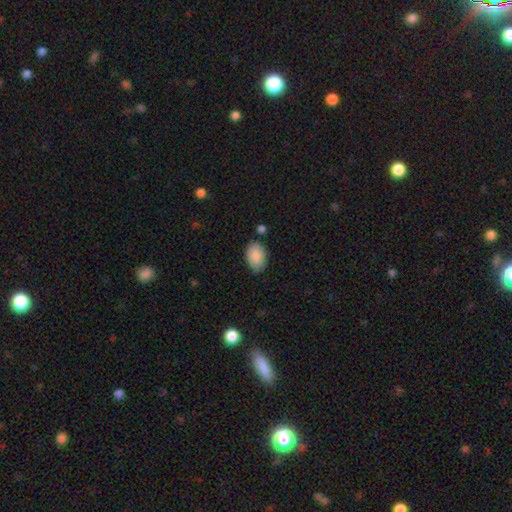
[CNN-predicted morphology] This is clearly a smooth galaxy (88%). How rounded: clearly in between (89%). Merging: likely none (72%).